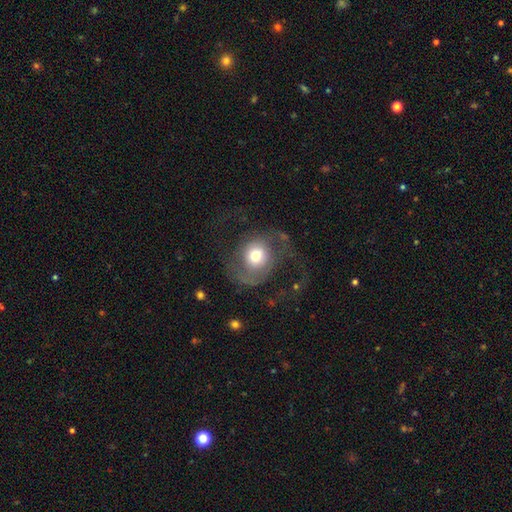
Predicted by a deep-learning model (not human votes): Morphology: type=featured or disk (50%); merging=major disturbance (45%).